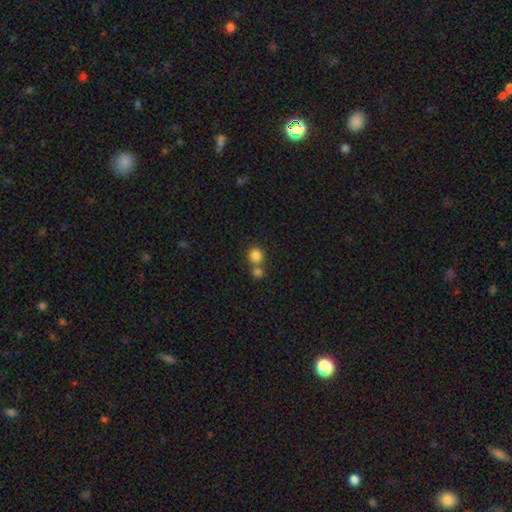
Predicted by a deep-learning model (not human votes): A smooth galaxy with no disk features (83%) that is round (90%).

Vote fractions:
- Smooth or featured? smooth: 83% / star or artifact: 11% / featured or disk: 6%
- How rounded? round: 90% / in between: 10% / cigar-shaped: 1%
- Merging? none: 56% / merger: 35% / minor disturbance: 6% / major disturbance: 3%